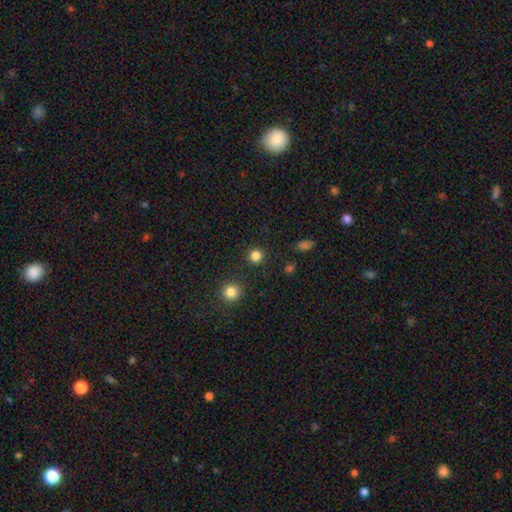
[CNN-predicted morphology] Smooth or featured?
  - smooth: 83% *
  - star or artifact: 14%
  - featured or disk: 3%
How rounded?
  - round: 93% *
  - in between: 6%
  - cigar-shaped: 1%
Merging?
  - none: 90% *
  - minor disturbance: 5%
  - major disturbance: 2%
  - merger: 2%